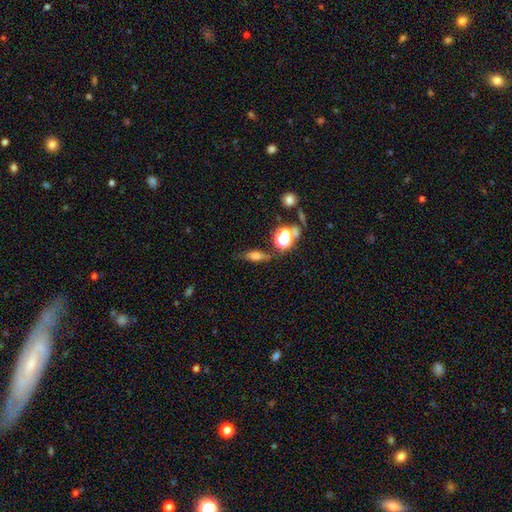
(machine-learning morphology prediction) Smooth or featured: smooth — 57% (featured or disk — 25%)
How rounded: in between — 52% (cigar-shaped — 33%)
Merging: none — 71% (minor disturbance — 16%)